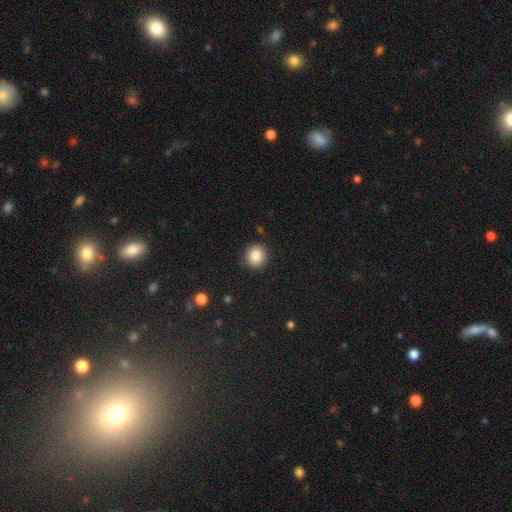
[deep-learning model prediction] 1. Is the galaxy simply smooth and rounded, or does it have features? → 87% smooth, 9% star or artifact, 4% featured or disk.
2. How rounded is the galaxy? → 87% round, 12% in between, 1% cigar-shaped.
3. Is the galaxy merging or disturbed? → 89% none, 7% minor disturbance, 2% major disturbance, 1% merger.